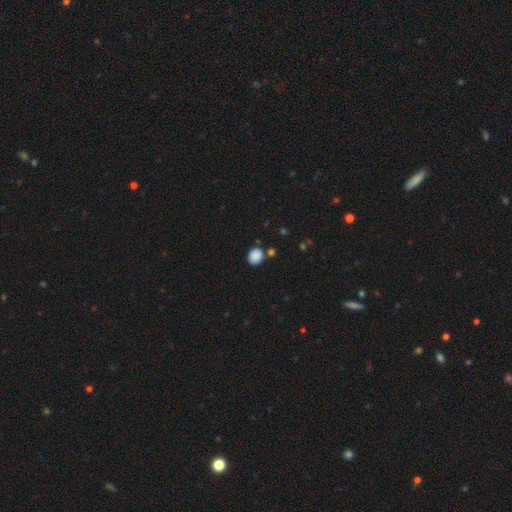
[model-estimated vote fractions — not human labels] Smooth or featured? Predicted: smooth (p=0.87). How rounded? Predicted: round (p=0.63). Merging? Predicted: none (p=0.79).